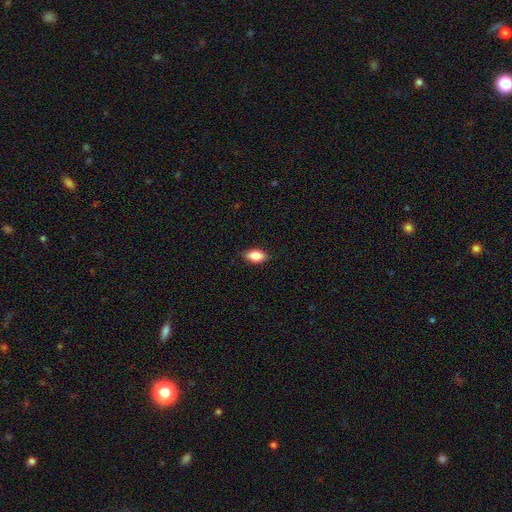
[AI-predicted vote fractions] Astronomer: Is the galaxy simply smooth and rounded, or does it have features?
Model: smooth — 85%.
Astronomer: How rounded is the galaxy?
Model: in between — 91%.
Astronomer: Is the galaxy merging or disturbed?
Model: none — 86%.